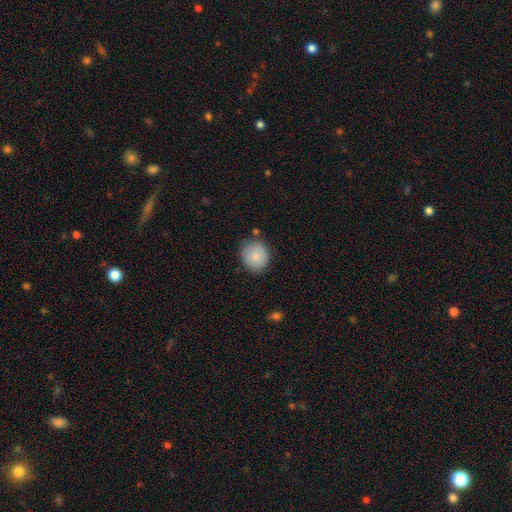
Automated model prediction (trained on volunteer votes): This is clearly a smooth galaxy (85%). How rounded: likely round (80%). Merging: clearly none (81%).